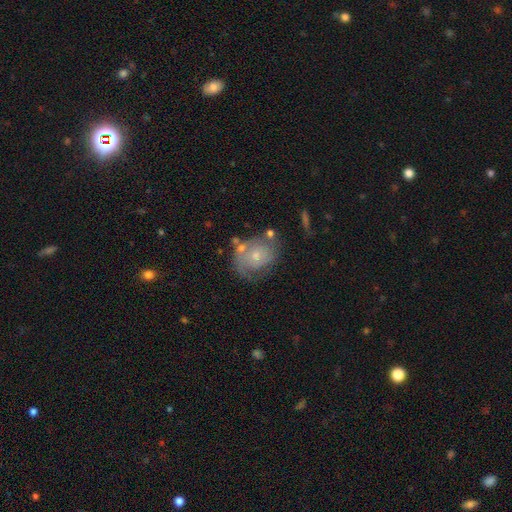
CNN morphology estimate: Overall: featured or disk (61%; smooth 30%). Edge-on disk: no (97%). Bar: no (79%). Spiral arms: yes (77%). Bulge size: small (58%; moderate 36%). Merging: none (54%; minor disturbance 24%).